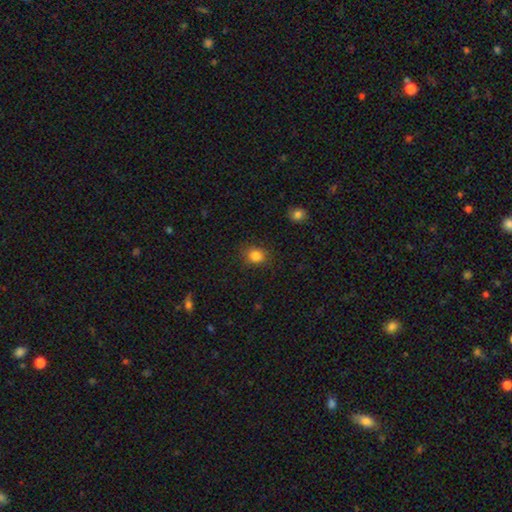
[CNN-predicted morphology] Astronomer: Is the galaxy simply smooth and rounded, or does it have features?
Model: smooth — 85%.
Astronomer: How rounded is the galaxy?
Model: round — 69%.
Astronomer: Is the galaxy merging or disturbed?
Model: none — 83%.